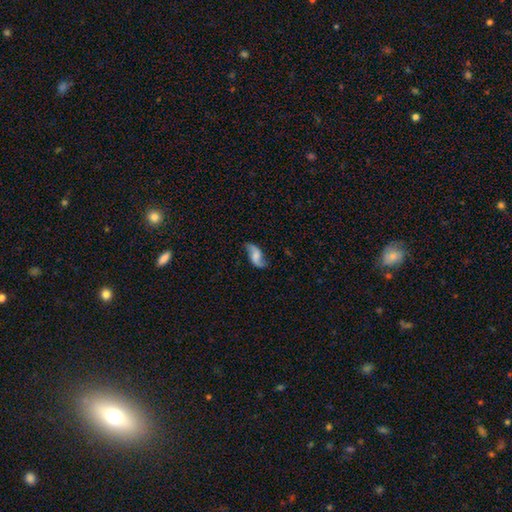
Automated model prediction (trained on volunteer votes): Morphology: type=featured or disk (72%); edge-on=no (95%); bar=no (48%); spiral arms=yes (94%); winding=loose (82%); arm count=2 (92%); bulge=none (38%); merging=none (75%).